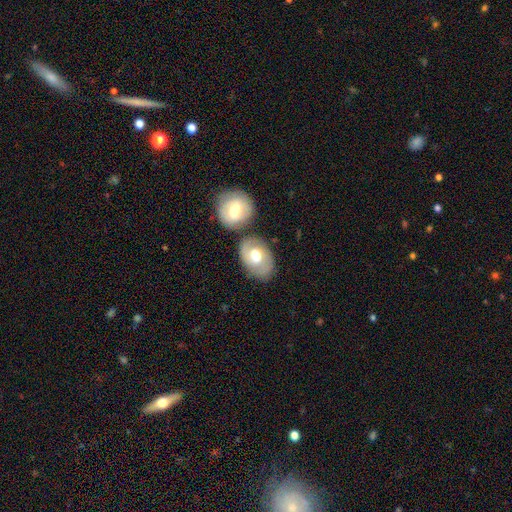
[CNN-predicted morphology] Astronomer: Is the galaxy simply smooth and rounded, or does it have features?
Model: smooth — 53% (runner-up: featured or disk, 41%).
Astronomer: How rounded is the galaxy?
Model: in between — 73%.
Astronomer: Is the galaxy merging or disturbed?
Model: none — 56%.